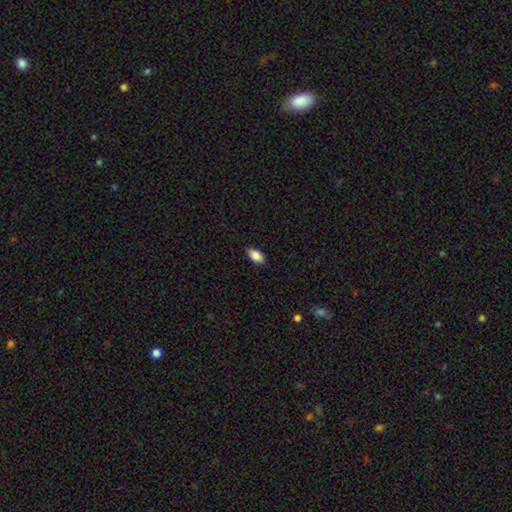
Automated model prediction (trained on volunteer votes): A smooth galaxy with no disk features (87%) that is in between round and cigar-shaped (93%). Merging: none (87%).